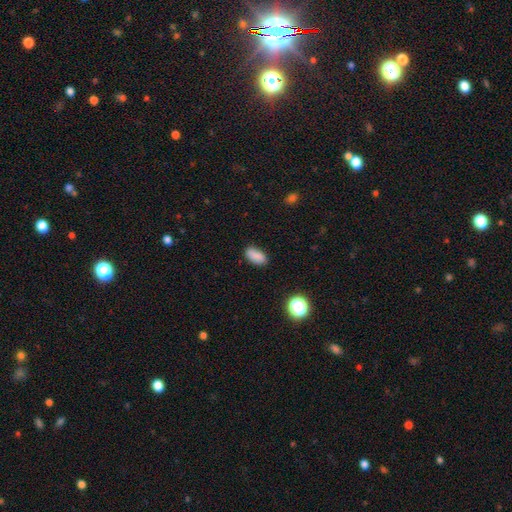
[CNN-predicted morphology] This appears to be a smooth galaxy with no disk features (85%) that is in between round and cigar-shaped (90%). Merging: none (82%).